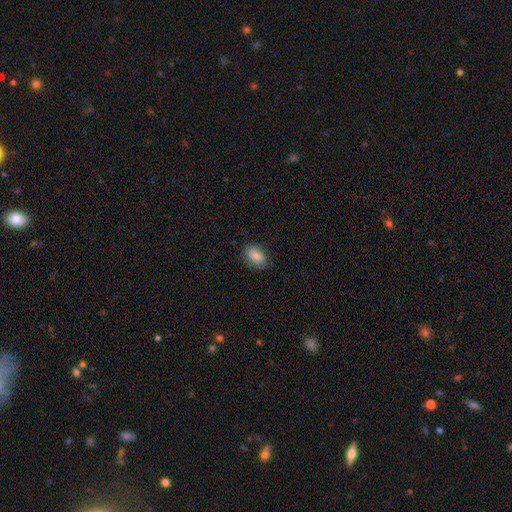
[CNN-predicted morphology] Q: Smooth or featured?
A: smooth (85%); runner-up: featured or disk (8%)
Q: How rounded?
A: in between (88%); runner-up: round (10%)
Q: Merging?
A: none (82%); runner-up: minor disturbance (14%)